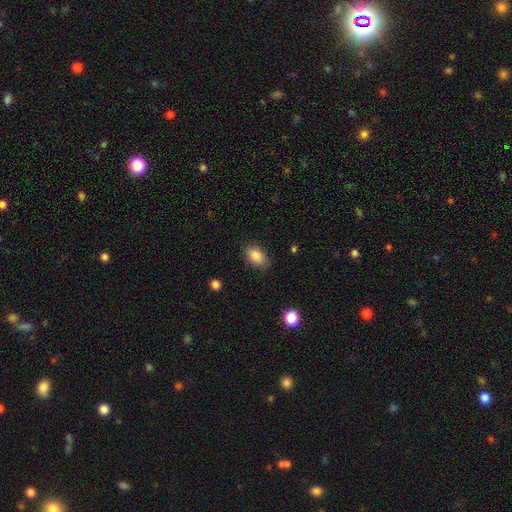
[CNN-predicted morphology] Smooth or featured: smooth — 86% (star or artifact — 8%)
How rounded: in between — 88% (round — 10%)
Merging: none — 84% (minor disturbance — 12%)